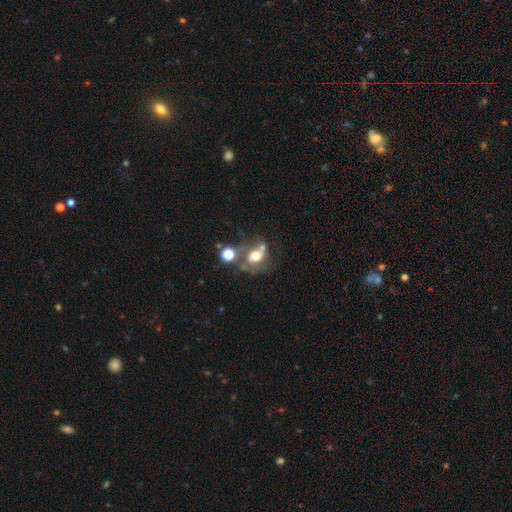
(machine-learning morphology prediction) Smooth or featured? Predicted: smooth (p=0.47). Merging? Predicted: none (p=0.32, tied with merger).